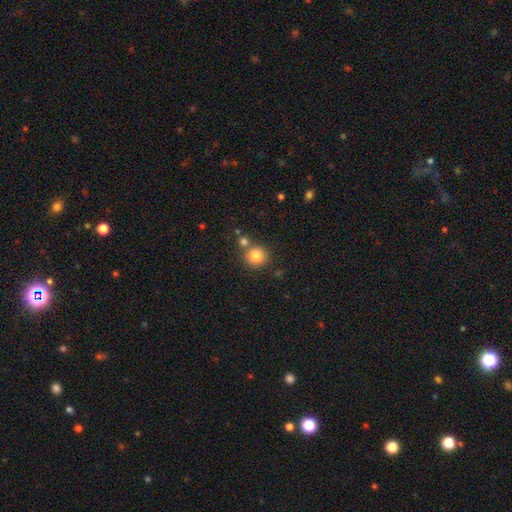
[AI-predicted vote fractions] Smooth or featured?
  - smooth: 81% *
  - star or artifact: 11%
  - featured or disk: 8%
How rounded?
  - round: 92% *
  - in between: 7%
  - cigar-shaped: 1%
Merging?
  - none: 71% *
  - merger: 18%
  - minor disturbance: 8%
  - major disturbance: 3%